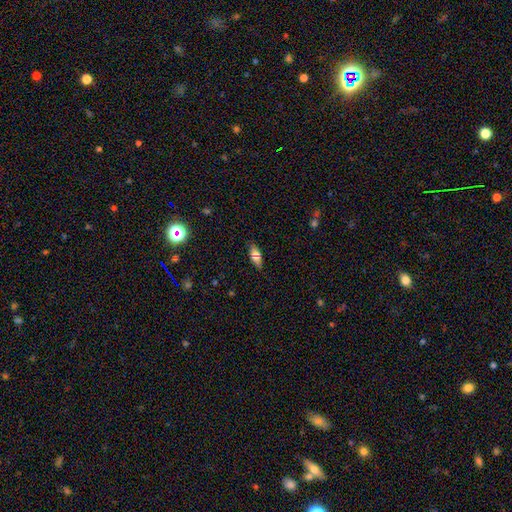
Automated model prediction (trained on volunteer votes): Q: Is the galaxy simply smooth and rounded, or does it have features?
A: smooth — 75%.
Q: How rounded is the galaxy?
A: in between — 74%.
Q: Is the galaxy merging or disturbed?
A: none — 82%.